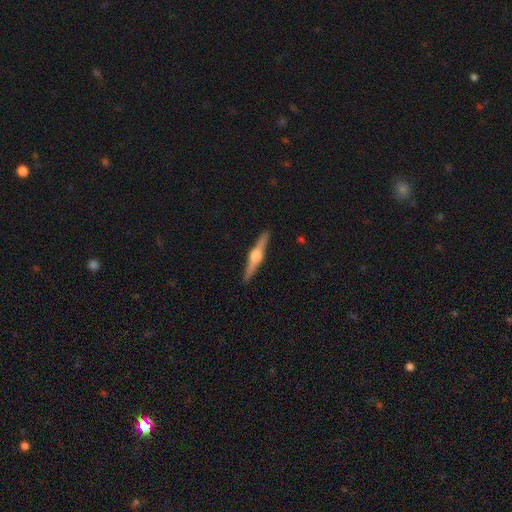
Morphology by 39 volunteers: featured or disk 82%, smooth 15%, star or artifact 3%. Down the decision tree: edge-on disk — yes (97%); edge-on bulge — rounded (97%); merging — none (84%).